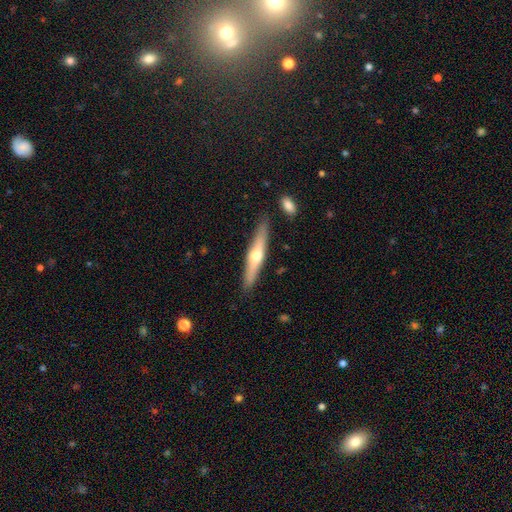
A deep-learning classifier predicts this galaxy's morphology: Smooth or featured: featured or disk — 59% (smooth — 35%)
Edge-on disk: yes — 93% (no — 7%)
Edge-on bulge: rounded — 90% (none — 7%)
Merging: none — 87% (minor disturbance — 9%)